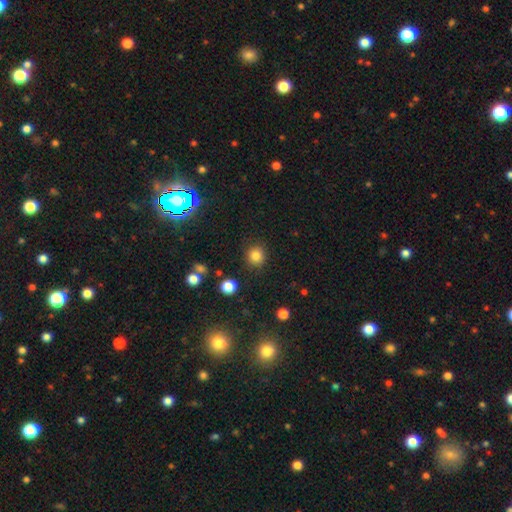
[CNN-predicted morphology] A smooth galaxy with no disk features (83%) that is round (90%).

Vote fractions:
- Smooth or featured? smooth: 83% / star or artifact: 13% / featured or disk: 5%
- How rounded? round: 90% / in between: 9% / cigar-shaped: 1%
- Merging? none: 88% / minor disturbance: 7% / major disturbance: 3% / merger: 2%